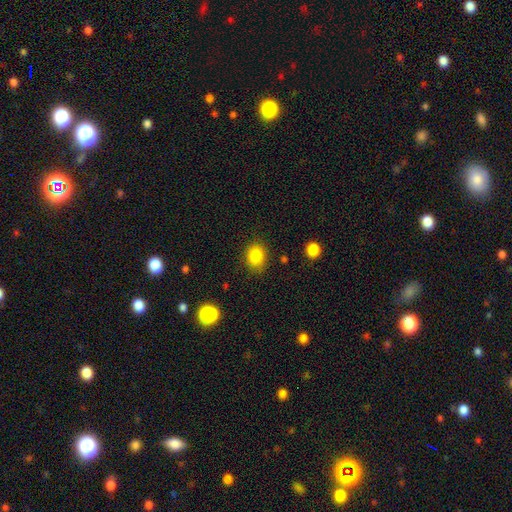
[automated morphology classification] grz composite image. It shows a smooth galaxy with no disk features (85%) that is round (51%). Merging: none (82%).